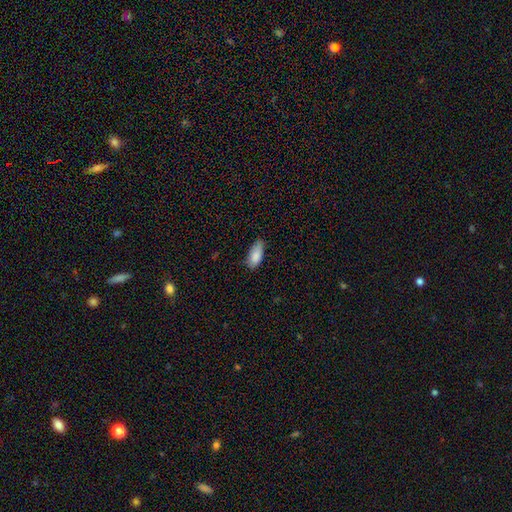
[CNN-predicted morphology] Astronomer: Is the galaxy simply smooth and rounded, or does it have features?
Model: smooth — 87%.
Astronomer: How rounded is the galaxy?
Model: in between — 86%.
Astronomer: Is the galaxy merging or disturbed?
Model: none — 68%.